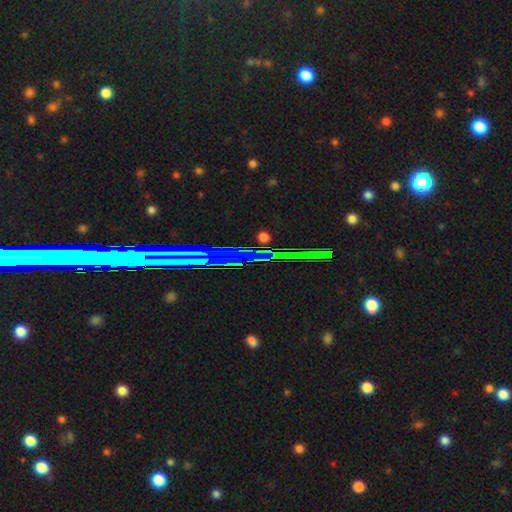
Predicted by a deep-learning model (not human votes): smooth-or-featured: star or artifact: 69% | featured or disk: 19% | smooth: 12%